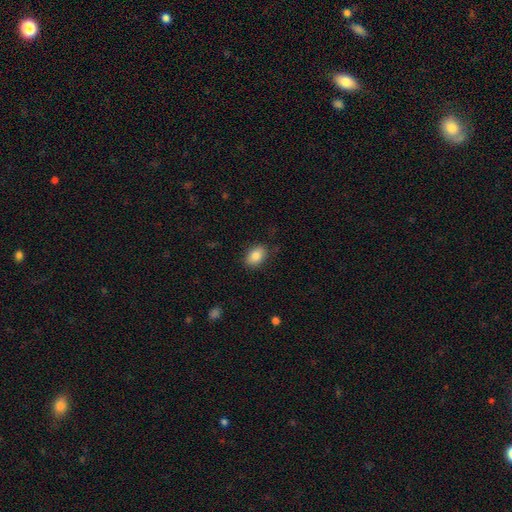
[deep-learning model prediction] Smooth or featured?
  - smooth: 85% *
  - star or artifact: 8%
  - featured or disk: 7%
How rounded?
  - in between: 85% *
  - round: 14%
  - cigar-shaped: 1%
Merging?
  - none: 85% *
  - minor disturbance: 11%
  - major disturbance: 3%
  - merger: 1%